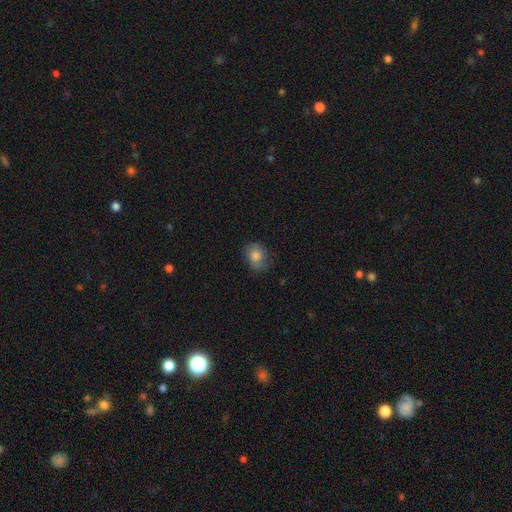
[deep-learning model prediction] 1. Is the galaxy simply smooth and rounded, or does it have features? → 81% smooth, 10% featured or disk, 9% star or artifact.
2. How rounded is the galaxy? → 52% in between, 47% round, 1% cigar-shaped.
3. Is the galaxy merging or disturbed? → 72% none, 21% minor disturbance, 5% major disturbance, 1% merger.